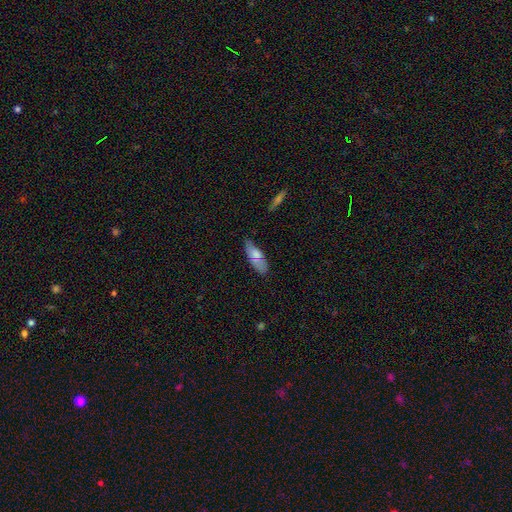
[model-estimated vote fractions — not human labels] smooth_or_featured: smooth (p=0.72) [alt: featured or disk p=0.21]
how_rounded: in between (p=0.66) [alt: cigar-shaped p=0.31]
merging: none (p=0.67) [alt: minor disturbance p=0.24]